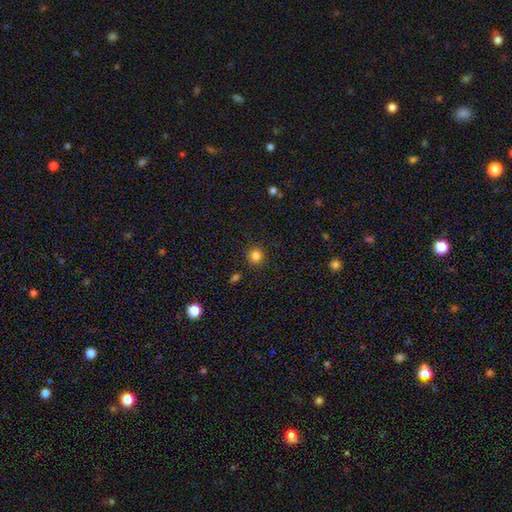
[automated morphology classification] Smooth or featured? Predicted: smooth (p=0.83). How rounded? Predicted: round (p=0.93). Merging? Predicted: none (p=0.90).